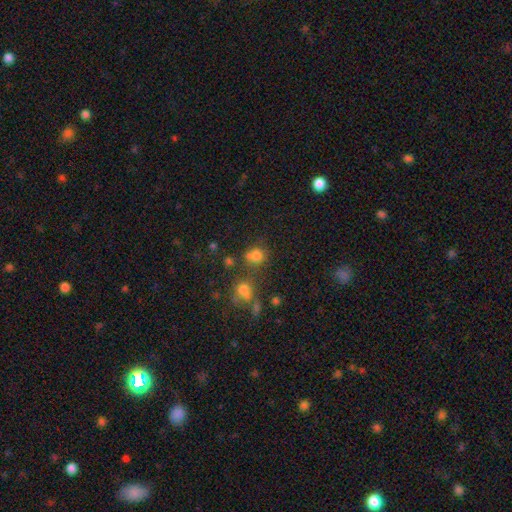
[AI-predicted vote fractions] This appears to be a smooth galaxy with no disk features (73%) that is round (78%). Merging: none (56%).